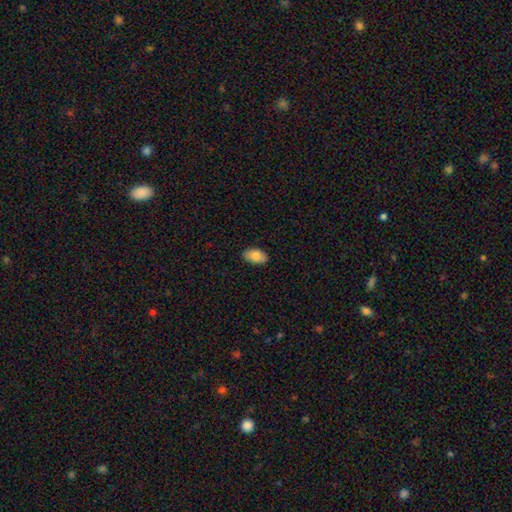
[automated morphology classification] This appears to be a smooth galaxy with no disk features (82%) that is in between round and cigar-shaped (93%). Merging: none (87%).